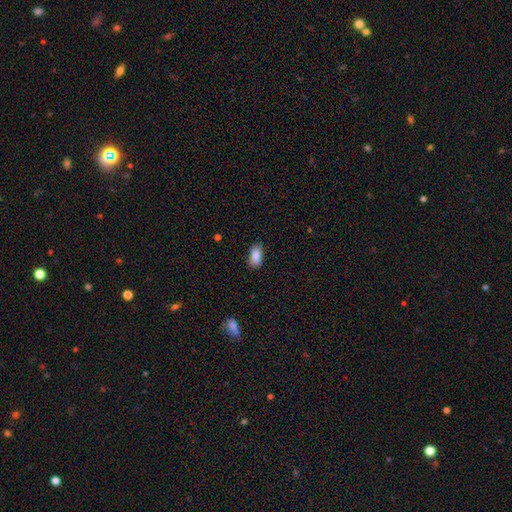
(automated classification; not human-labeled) The model was most divided on "merging": none: 83%, minor disturbance: 13%, major disturbance: 3%, merger: 1%. More confident: how rounded — in between (92%); smooth or featured — smooth (89%).